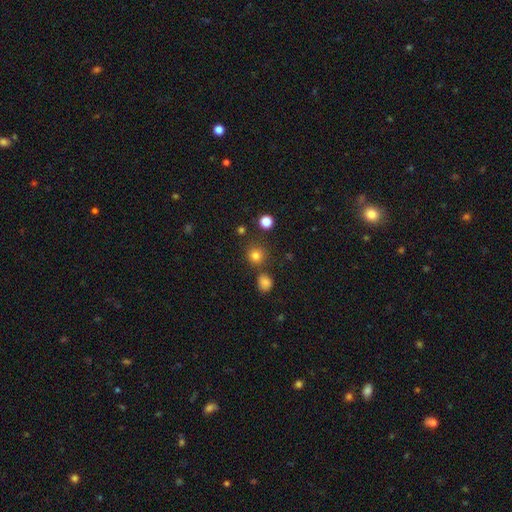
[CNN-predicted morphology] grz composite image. It shows a smooth galaxy with no disk features (79%) that is round (92%). Merging: none (80%).